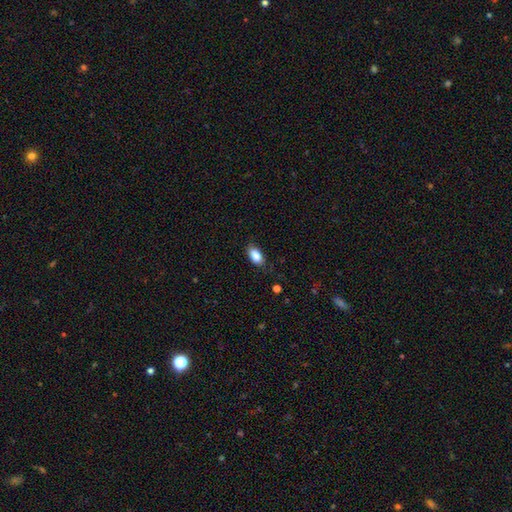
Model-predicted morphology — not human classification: This is clearly a smooth galaxy (86%). How rounded: clearly in between (91%). Merging: clearly none (81%).